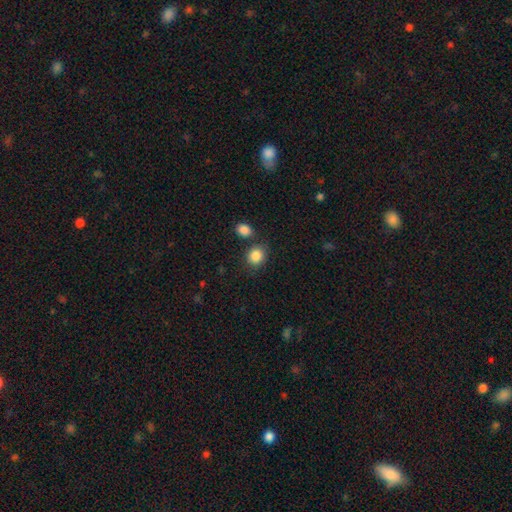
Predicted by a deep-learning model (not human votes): Overall: smooth (86%). How rounded: round (70%). Merging: none (75%).